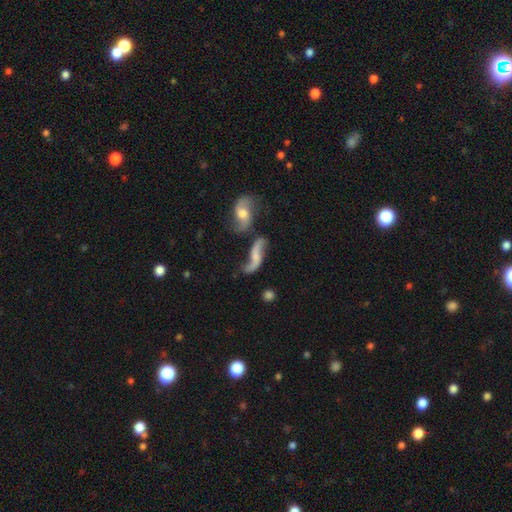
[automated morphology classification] Smooth or featured? Predicted: featured or disk (p=0.77). Edge-on disk? Predicted: no (p=0.93). Bar? Predicted: no (p=0.50). Spiral arms? Predicted: yes (p=0.93). Spiral winding? Predicted: loose (p=0.90). Spiral arm count? Predicted: 2 (p=0.91). Bulge size? Predicted: none (p=0.38). Merging? Predicted: none (p=0.51).